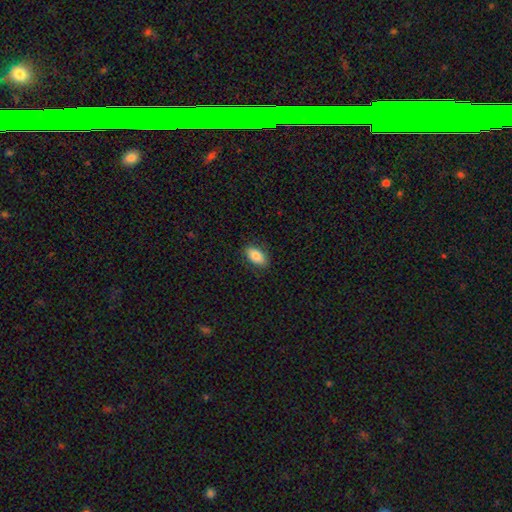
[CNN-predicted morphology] Smooth or featured?
  - smooth: 84% *
  - featured or disk: 9%
  - star or artifact: 7%
How rounded?
  - in between: 92% *
  - cigar-shaped: 4%
  - round: 4%
Merging?
  - none: 86% *
  - minor disturbance: 10%
  - major disturbance: 2%
  - merger: 1%